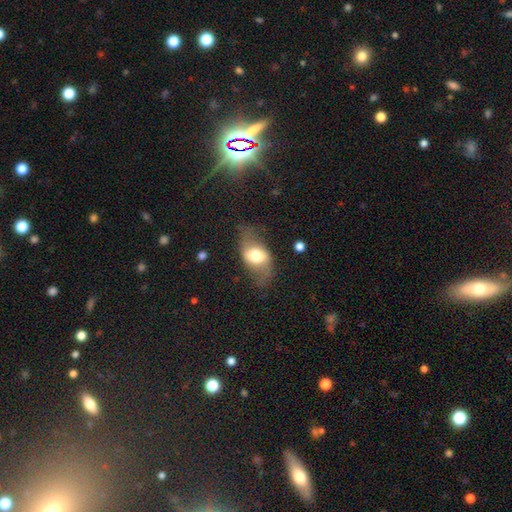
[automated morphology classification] Q: Smooth or featured?
A: smooth (47%); runner-up: featured or disk (46%)
Q: Merging?
A: none (60%); runner-up: minor disturbance (24%)